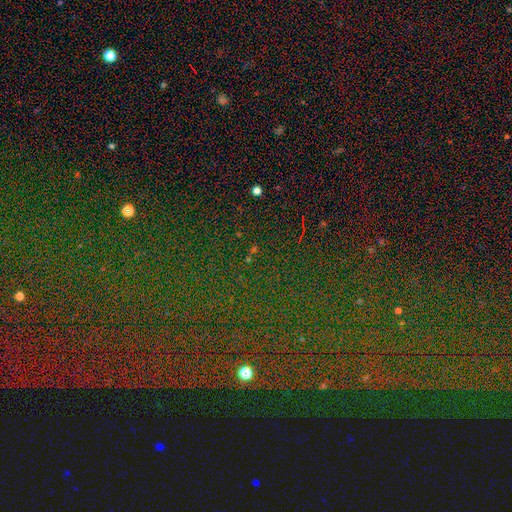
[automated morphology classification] Smooth or featured? Predicted: star or artifact (p=0.84).